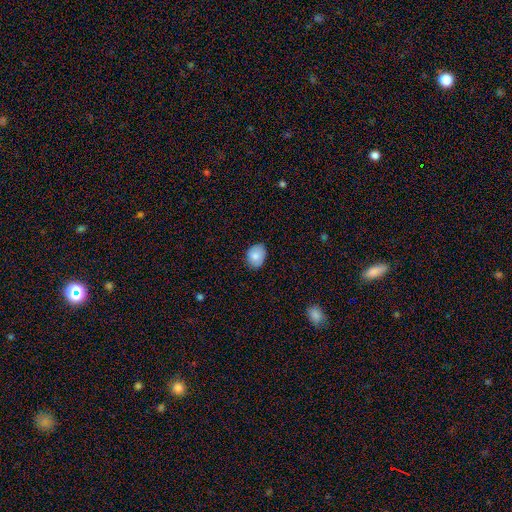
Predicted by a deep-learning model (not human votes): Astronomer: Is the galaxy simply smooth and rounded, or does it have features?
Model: smooth — 81%.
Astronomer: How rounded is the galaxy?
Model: in between — 55% (runner-up: round, 44%).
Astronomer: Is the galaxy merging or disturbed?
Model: none — 80%.